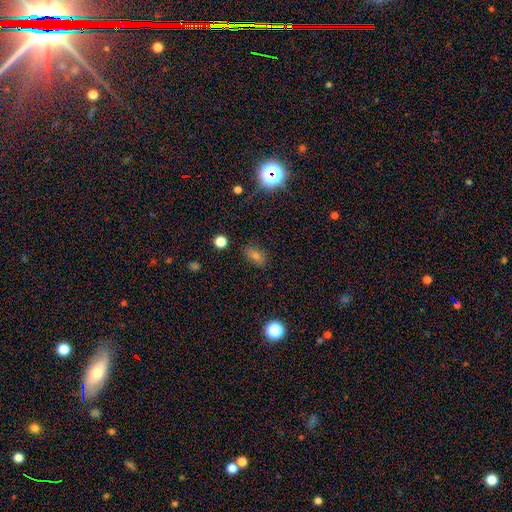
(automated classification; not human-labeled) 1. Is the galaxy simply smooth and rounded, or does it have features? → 63% smooth, 25% star or artifact, 13% featured or disk.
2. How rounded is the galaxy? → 76% in between, 20% round, 4% cigar-shaped.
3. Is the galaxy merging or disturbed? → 83% none, 12% minor disturbance, 3% major disturbance, 2% merger.